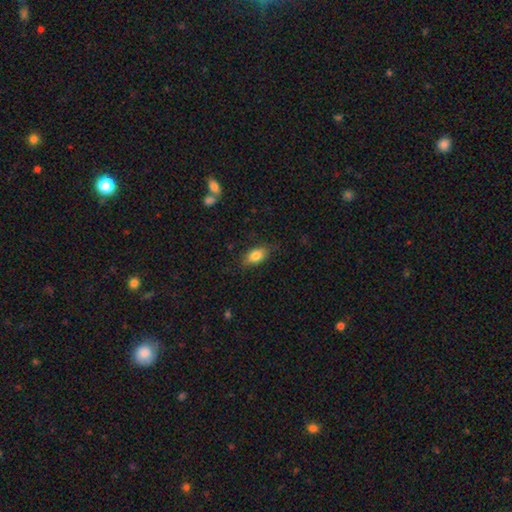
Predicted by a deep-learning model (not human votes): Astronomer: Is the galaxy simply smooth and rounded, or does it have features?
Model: smooth — 82%.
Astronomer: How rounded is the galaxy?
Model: in between — 86%.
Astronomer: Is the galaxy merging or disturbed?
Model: none — 79%.